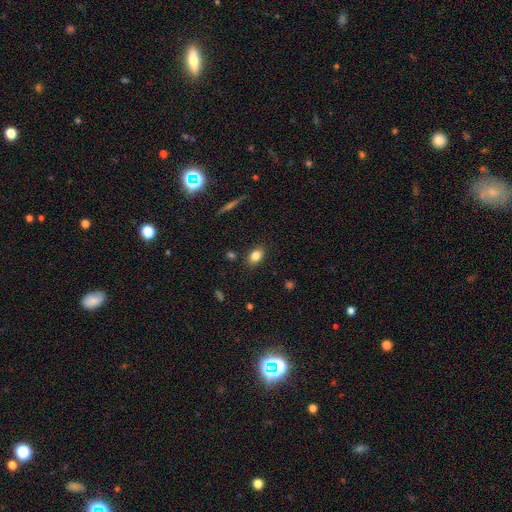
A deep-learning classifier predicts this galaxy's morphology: Overall: smooth (82%). How rounded: in between (79%). Merging: none (85%).